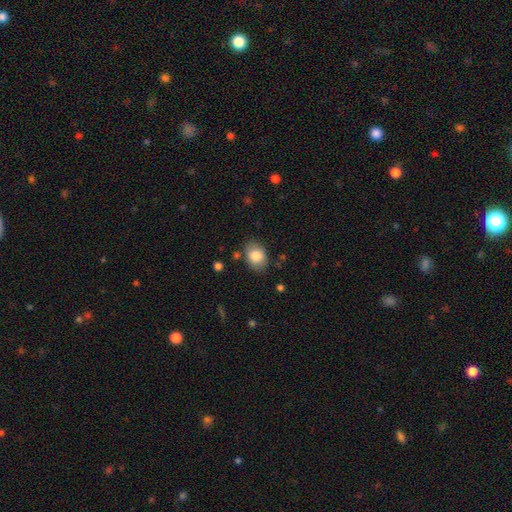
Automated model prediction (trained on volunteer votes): smooth 84%, featured or disk 8%, star or artifact 8%. Down the decision tree: how rounded — in between (68%); merging — none (78%).